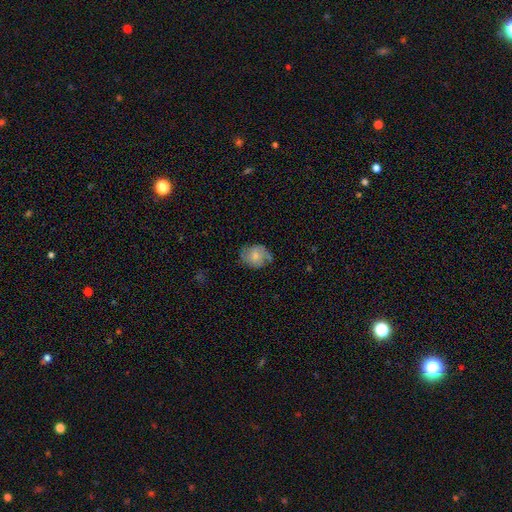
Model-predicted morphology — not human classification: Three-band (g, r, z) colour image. It shows a smooth galaxy with no disk features (51%) that is round (56%). Merging: none (62%).